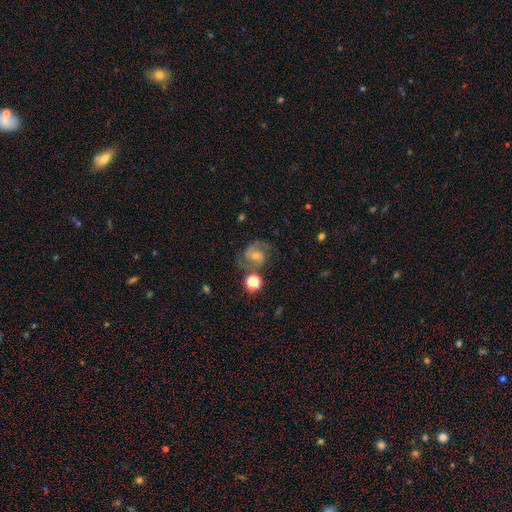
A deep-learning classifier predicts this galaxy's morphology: Smooth or featured? featured or disk (79%)
Edge-on disk? no (98%)
Bar? no (53%)
Spiral arms? yes (96%)
Spiral winding? medium (54%)
Spiral arm count? 2 (86%)
Bulge size? small (49%)
Merging? none (72%)